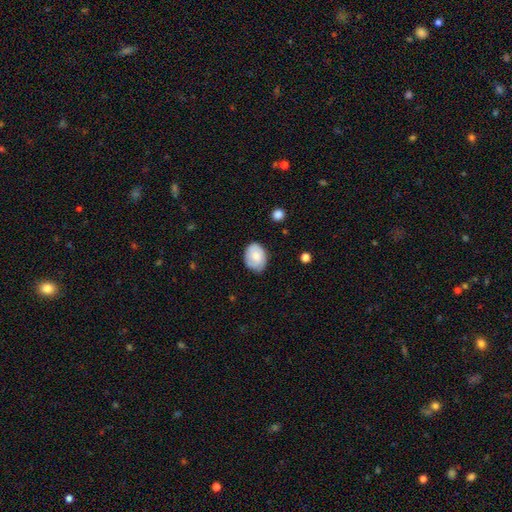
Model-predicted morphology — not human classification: smooth-or-featured: smooth: 70% | featured or disk: 23% | star or artifact: 7%
  how-rounded: in between: 68% | round: 31% | cigar-shaped: 1%
  merging: none: 70% | minor disturbance: 24% | major disturbance: 4% | merger: 1%